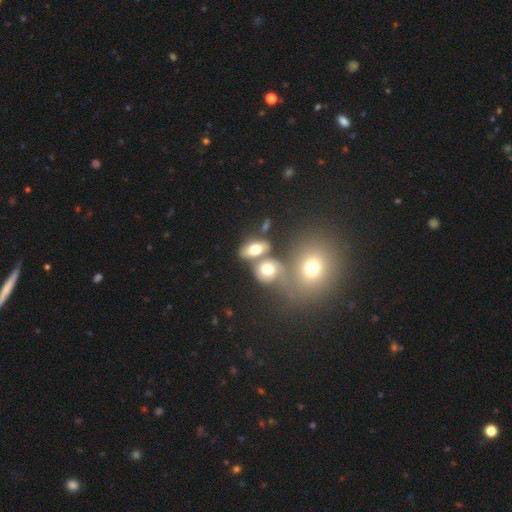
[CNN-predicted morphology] Smooth or featured? Predicted: smooth (p=0.50). Merging? Predicted: none (p=0.54).